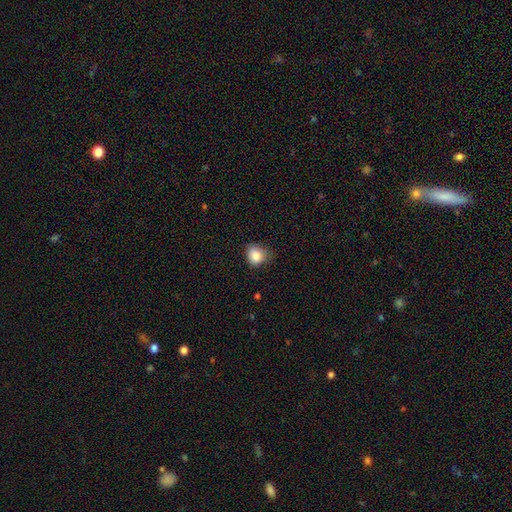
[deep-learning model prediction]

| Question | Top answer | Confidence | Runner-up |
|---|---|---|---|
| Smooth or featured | smooth | 85% | star or artifact (10%) |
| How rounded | round | 69% | in between (31%) |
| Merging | none | 60% | minor disturbance (32%) |